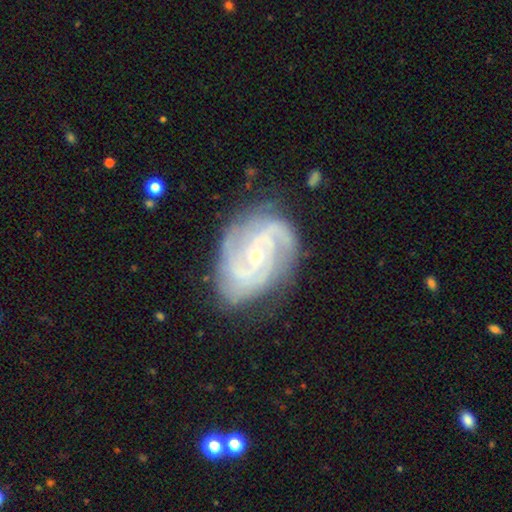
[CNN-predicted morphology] Smooth or featured? Predicted: featured or disk (p=0.90). Edge-on disk? Predicted: no (p=0.97). Bar? Predicted: no (p=0.49). Spiral arms? Predicted: yes (p=0.98). Spiral winding? Predicted: tight (p=0.58). Spiral arm count? Predicted: 2 (p=0.33). Bulge size? Predicted: small (p=0.63). Merging? Predicted: none (p=0.76).